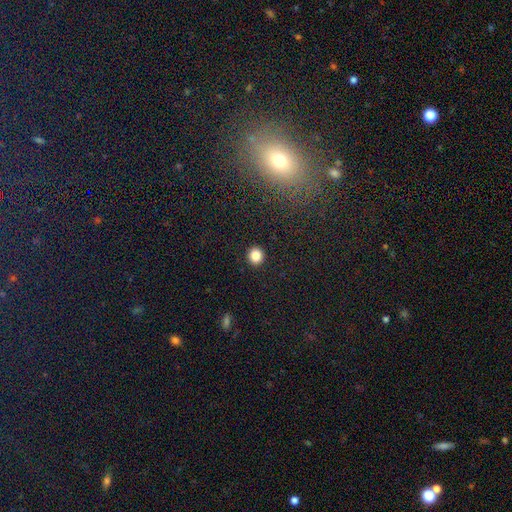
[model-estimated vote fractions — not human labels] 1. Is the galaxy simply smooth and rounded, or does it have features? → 84% smooth, 11% star or artifact, 5% featured or disk.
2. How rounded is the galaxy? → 90% round, 9% in between, 1% cigar-shaped.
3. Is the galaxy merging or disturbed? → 93% none, 5% minor disturbance, 2% major disturbance, 1% merger.